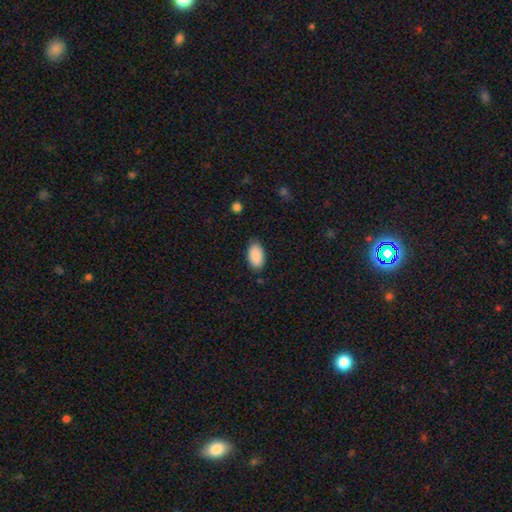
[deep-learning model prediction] Overall: smooth (90%). How rounded: in between (95%). Merging: none (82%).